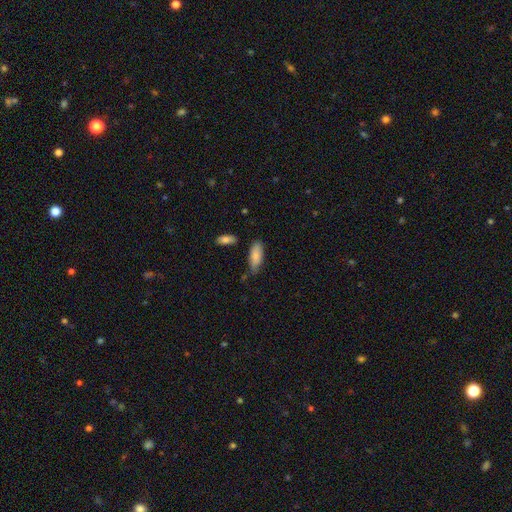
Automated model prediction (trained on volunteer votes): smooth 83%, featured or disk 10%, star or artifact 6%. Down the decision tree: how rounded — in between (78%); merging — none (65%).